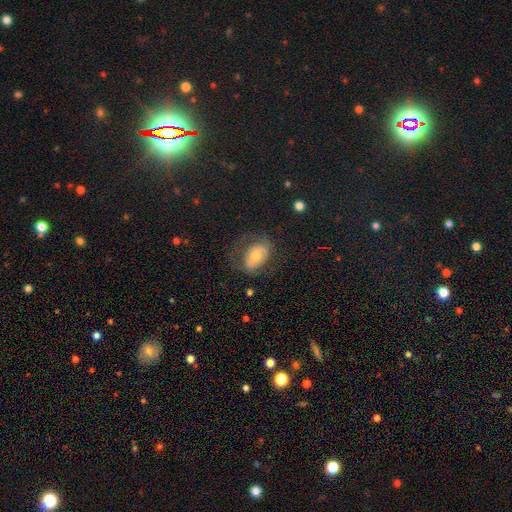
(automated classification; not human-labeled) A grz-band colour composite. It shows a smooth galaxy with no disk features (49%). Merging: none (58%).